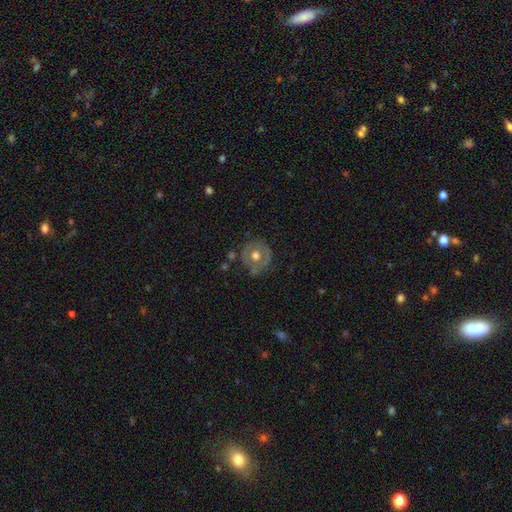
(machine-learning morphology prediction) type=featured or disk (47%); merging=none (71%).